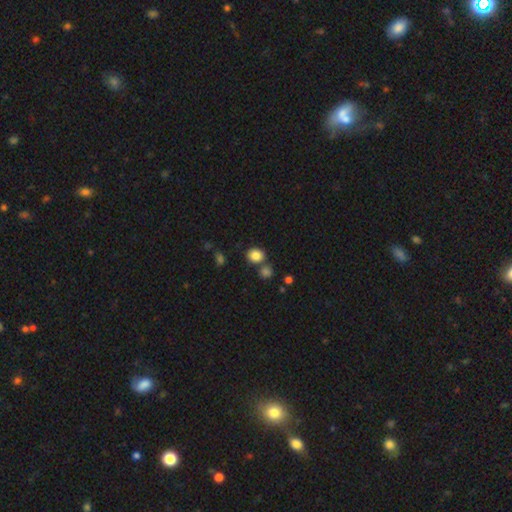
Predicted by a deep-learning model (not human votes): This appears to be a smooth galaxy with no disk features (85%) that is round (65%). Merging: none (69%).